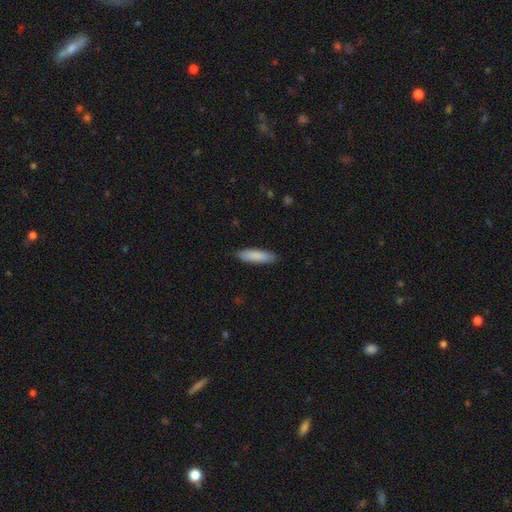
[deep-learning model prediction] A smooth galaxy with no disk features (87%) that is cigar-shaped (66%). Merging: none (88%).